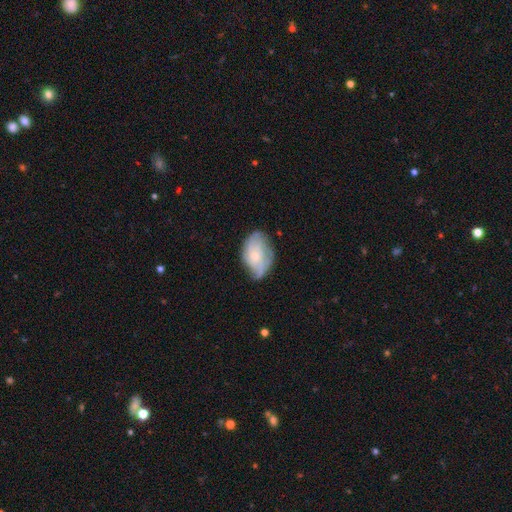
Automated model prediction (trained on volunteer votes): A featured or disk galaxy (70%) with no bar (77%), tight (43%) spiral arms (89%) and a small central bulge (67%).

Vote fractions:
- Smooth or featured? featured or disk: 70% / smooth: 23% / star or artifact: 7%
- Edge-on disk? no: 97% / yes: 3%
- Bar? no: 77% / weak: 20% / strong: 3%
- Spiral arms? yes: 89% / no: 11%
- Spiral winding? tight: 43% / medium: 37% / loose: 20%
- Spiral arm count? can't tell: 37% / 3: 21% / 2: 16% / 4: 15% / more than 4: 6% / 1: 6%
- Bulge size? small: 67% / moderate: 27% / none: 3% / large: 1% / dominant: 1%
- Merging? none: 63% / minor disturbance: 26% / major disturbance: 10% / merger: 1%